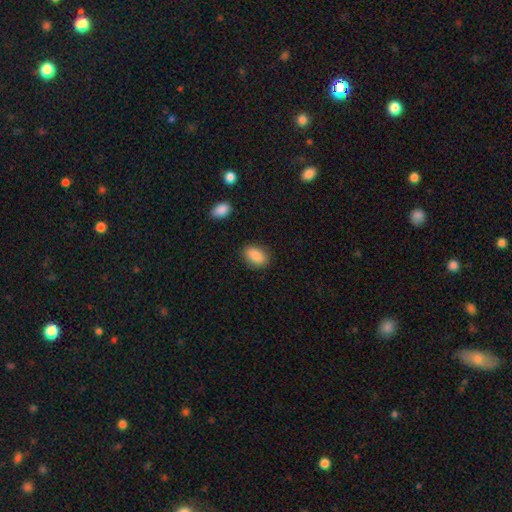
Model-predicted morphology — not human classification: smooth-or-featured: smooth: 88% | star or artifact: 7% | featured or disk: 5%
  how-rounded: in between: 86% | round: 12% | cigar-shaped: 2%
  merging: none: 86% | minor disturbance: 10% | major disturbance: 3% | merger: 2%